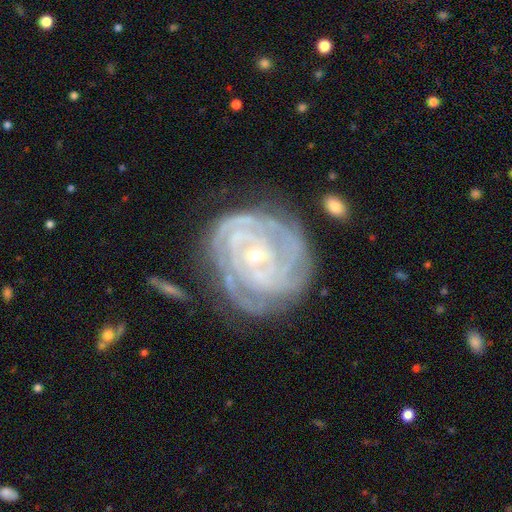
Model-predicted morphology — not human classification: This is clearly a featured or disk galaxy (90%). It is clearly not viewed edge-on (97%). Bar: likely no (70%). Spiral arm pattern: clearly yes (98%). Spiral arm count: marginally 3 (25%). Spiral winding: clearly tight (85%). Central bulge: likely small (78%). Merging: likely none (72%).